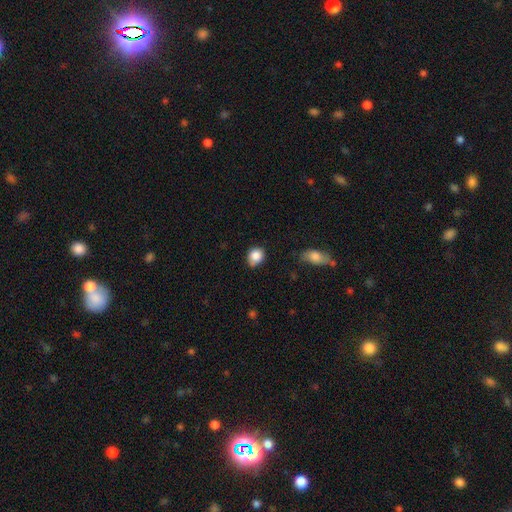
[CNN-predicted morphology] Overall: smooth (85%). How rounded: round (63%; in between 36%). Merging: none (63%; minor disturbance 29%).